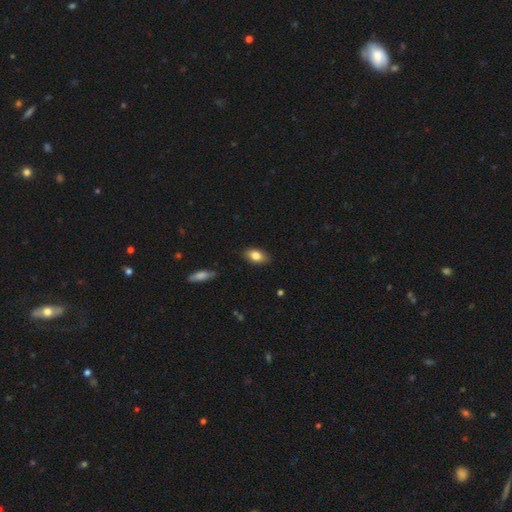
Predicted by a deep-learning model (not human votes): The model was most divided on "smooth or featured": smooth: 81%, featured or disk: 11%, star or artifact: 8%. More confident: how rounded — in between (89%); merging — none (85%).